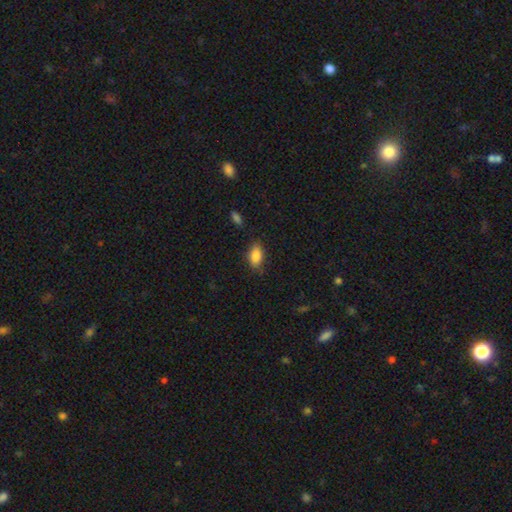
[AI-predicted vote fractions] This appears to be a smooth galaxy with no disk features (86%) that is in between round and cigar-shaped (89%). Merging: none (76%).